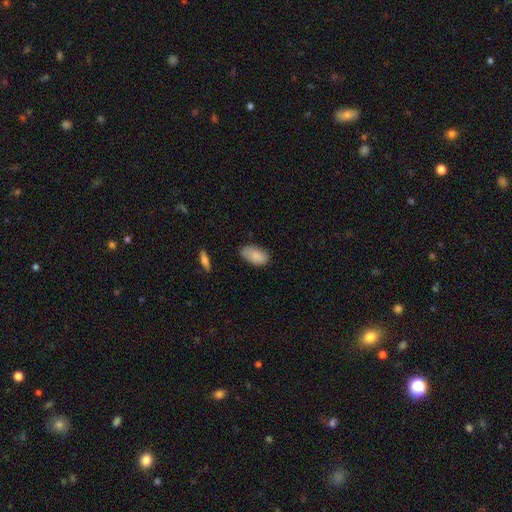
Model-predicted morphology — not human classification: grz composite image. It shows a smooth galaxy with no disk features (87%) that is in between round and cigar-shaped (94%). Merging: none (75%).